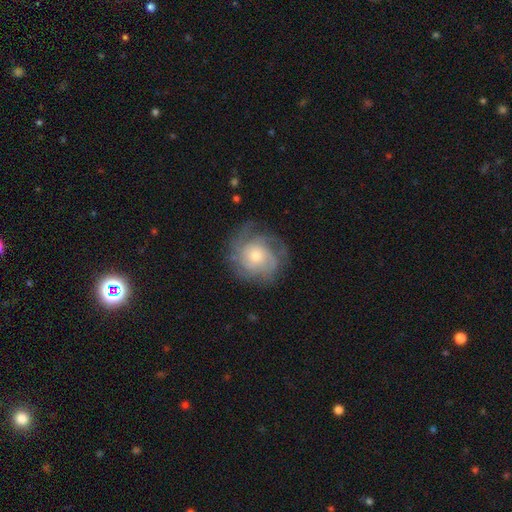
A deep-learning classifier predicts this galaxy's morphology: smooth-or-featured: featured or disk: 73% | smooth: 20% | star or artifact: 7%
  disk-edge-on: no: 97% | yes: 3%
    bar: no: 79% | weak: 18% | strong: 3%
    has-spiral-arms: yes: 91% | no: 9%
      spiral-winding: tight: 60% | medium: 31% | loose: 9%
      spiral-arm-count: can't tell: 38% | 3: 24% | 4: 14% | 2: 13% | more than 4: 6% | 1: 6%
    bulge-size: moderate: 53% | small: 36% | large: 8% | none: 2% | dominant: 1%
  merging: none: 73% | minor disturbance: 17% | major disturbance: 9% | merger: 1%